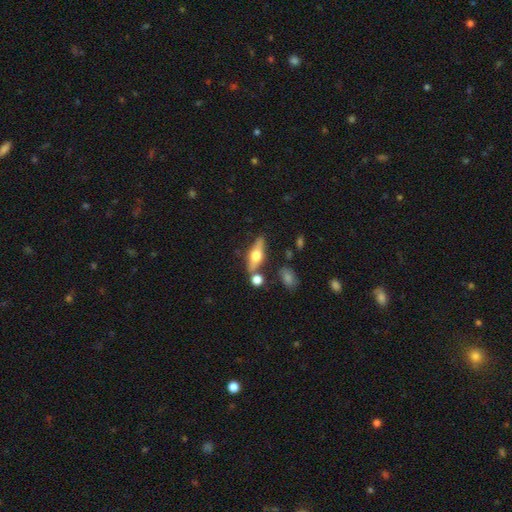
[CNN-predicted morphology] A featured or disk galaxy (56%) viewed edge-on (90%) with a rounded central bulge (95%). Merging: none (75%).